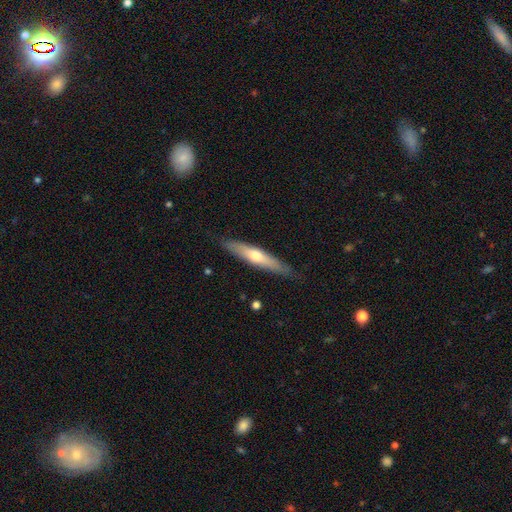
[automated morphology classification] A smooth galaxy with no disk features (48%).

Vote fractions:
- Smooth or featured? smooth: 48% / featured or disk: 46% / star or artifact: 5%
- Merging? none: 85% / minor disturbance: 12% / major disturbance: 2% / merger: 1%